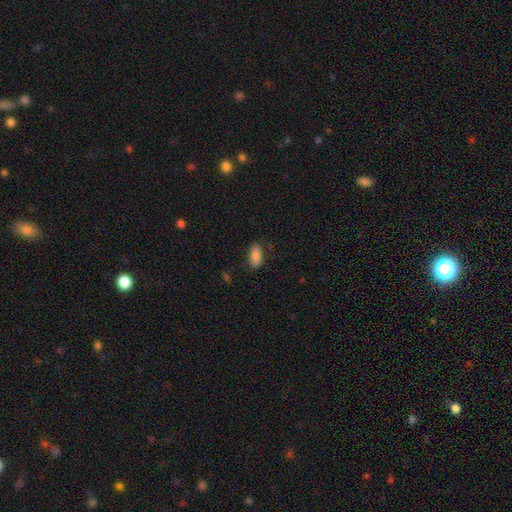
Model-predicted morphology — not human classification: The model was most divided on "merging": none: 78%, minor disturbance: 16%, major disturbance: 4%, merger: 1%. More confident: how rounded — in between (89%); smooth or featured — smooth (84%).